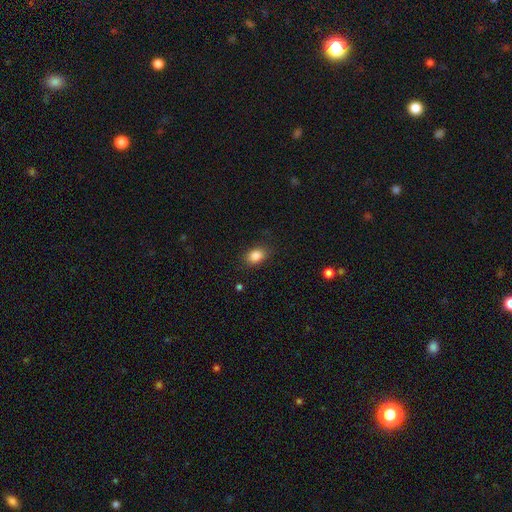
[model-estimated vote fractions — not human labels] Smooth or featured?
  - smooth: 86% *
  - star or artifact: 9%
  - featured or disk: 5%
How rounded?
  - in between: 75% *
  - round: 24%
  - cigar-shaped: 1%
Merging?
  - none: 84% *
  - minor disturbance: 12%
  - major disturbance: 3%
  - merger: 1%